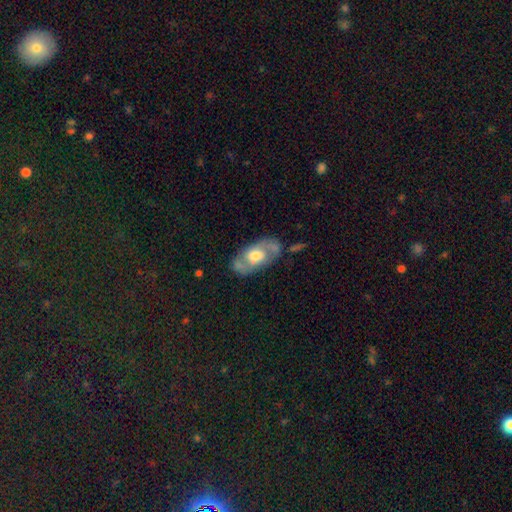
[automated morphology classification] A featured or disk galaxy (69%) with no bar (54%), spiral arms (75%) and a moderate central bulge (60%).

Vote fractions:
- Smooth or featured? featured or disk: 69% / smooth: 26% / star or artifact: 6%
- Edge-on disk? no: 92% / yes: 8%
- Bar? no: 54% / weak: 36% / strong: 10%
- Spiral arms? yes: 75% / no: 25%
- Bulge size? moderate: 60% / large: 23% / small: 13% / none: 2% / dominant: 2%
- Merging? none: 67% / minor disturbance: 19% / major disturbance: 8% / merger: 6%